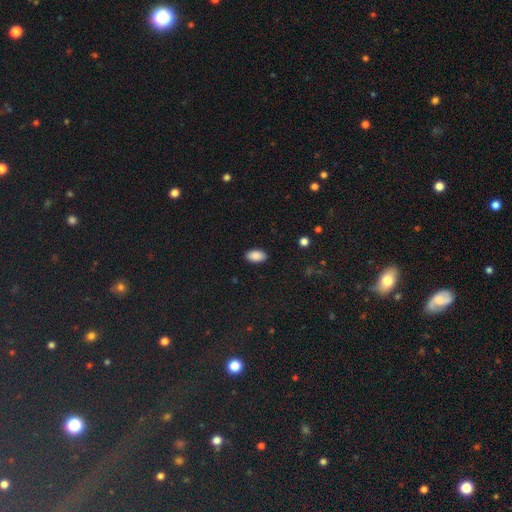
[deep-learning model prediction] A smooth galaxy with no disk features (89%) that is in between round and cigar-shaped (94%).

Vote fractions:
- Smooth or featured? smooth: 89% / star or artifact: 8% / featured or disk: 3%
- How rounded? in between: 94% / round: 5% / cigar-shaped: 2%
- Merging? none: 89% / minor disturbance: 8% / major disturbance: 2% / merger: 1%